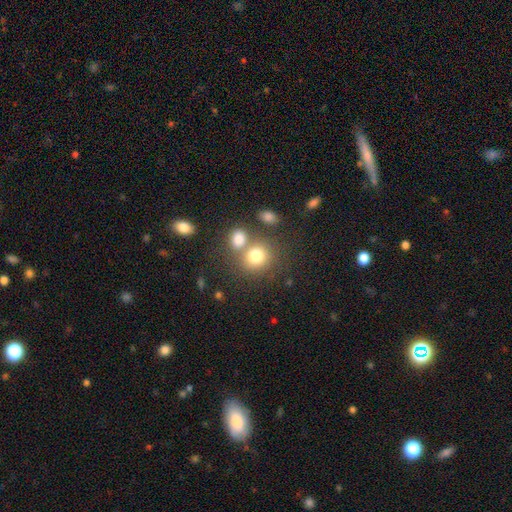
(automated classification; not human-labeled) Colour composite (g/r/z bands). It shows a smooth galaxy with no disk features (78%) that is round (79%). Merging: none (55%).